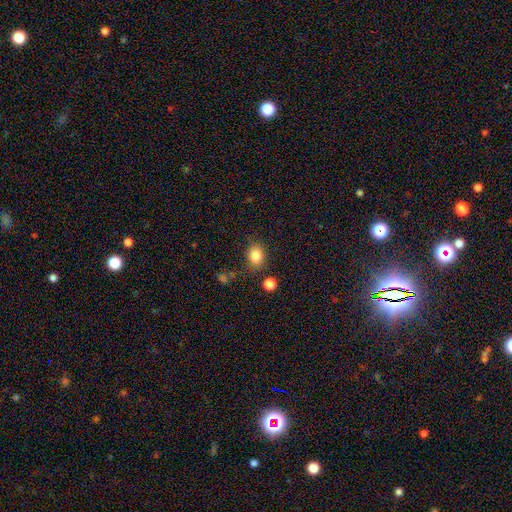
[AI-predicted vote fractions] This is clearly a smooth galaxy (84%). How rounded: likely in between (62%). Merging: likely none (79%).